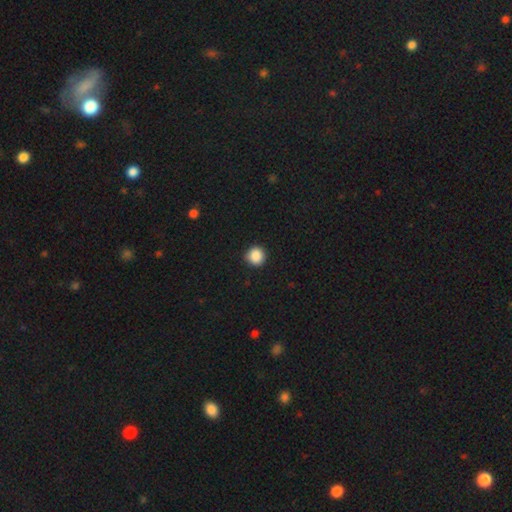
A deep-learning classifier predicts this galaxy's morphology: Overall: smooth (88%). How rounded: round (93%). Merging: none (89%).